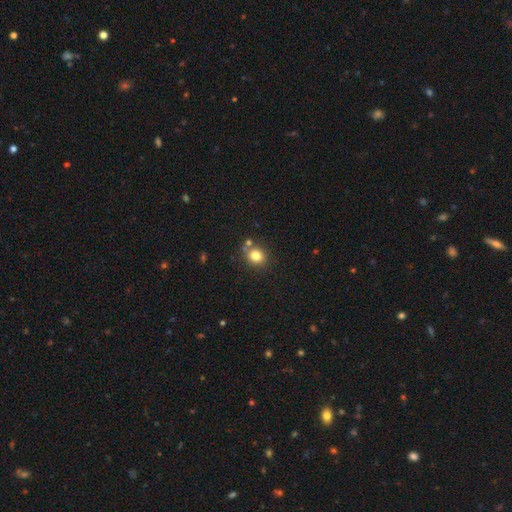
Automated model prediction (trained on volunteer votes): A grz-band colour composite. It shows a smooth galaxy with no disk features (79%) that is round (77%). Merging: none (73%).